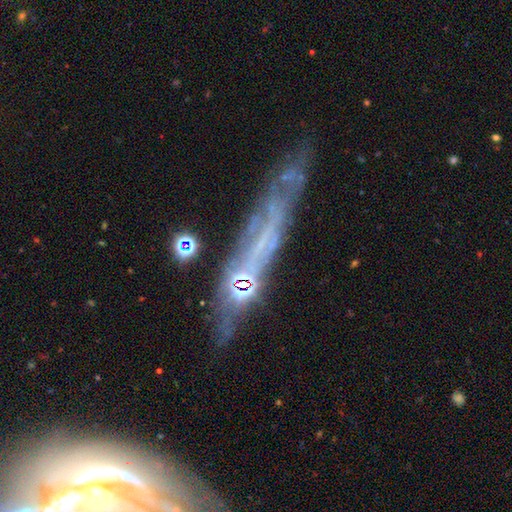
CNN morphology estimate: smooth_or_featured: featured or disk (p=0.67) [alt: smooth p=0.21]
disk_edge_on: yes (p=0.61) [alt: no p=0.39]
merging: none (p=0.53) [alt: minor disturbance p=0.23]